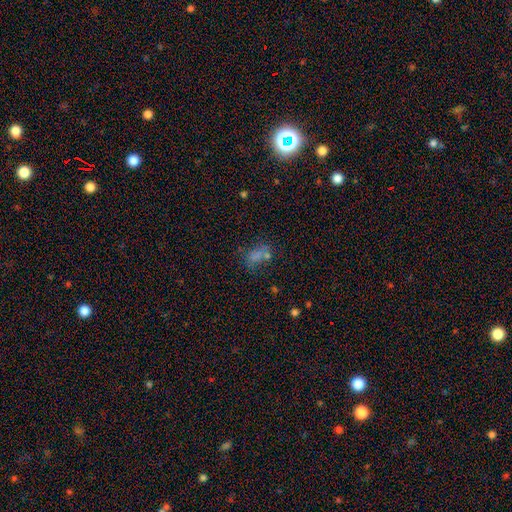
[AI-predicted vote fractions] smooth_or_featured: smooth (p=0.49) [alt: star or artifact p=0.35]
merging: none (p=0.51) [alt: merger p=0.20]